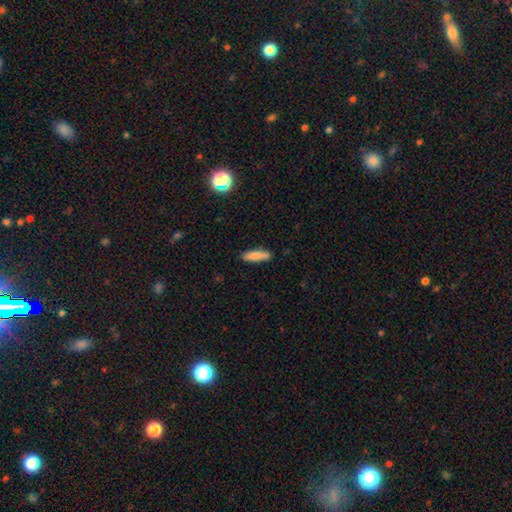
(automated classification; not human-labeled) smooth 77%, featured or disk 16%, star or artifact 7%. Down the decision tree: how rounded — cigar-shaped (59%); merging — none (85%).